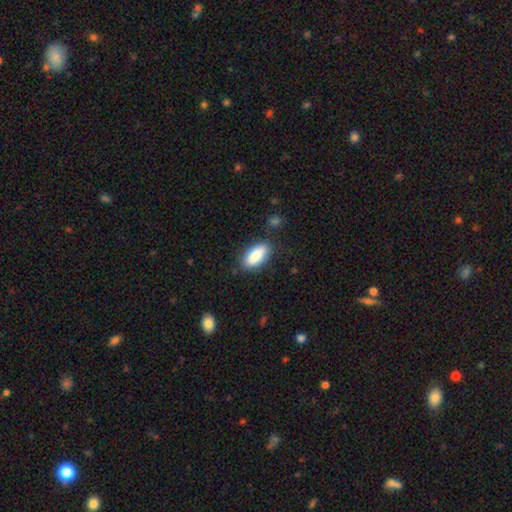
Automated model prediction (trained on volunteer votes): This appears to be a smooth galaxy with no disk features (87%) that is in between round and cigar-shaped (86%). Merging: none (83%).